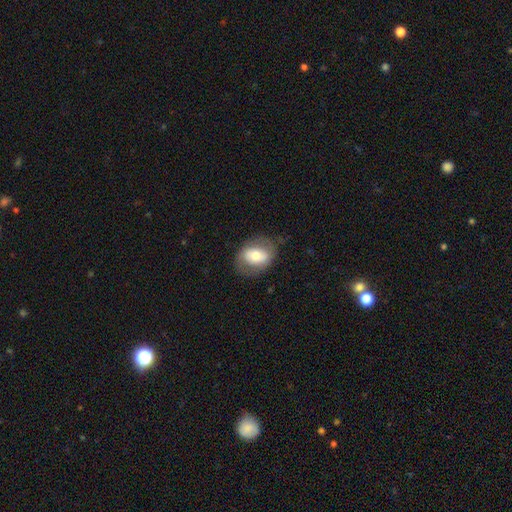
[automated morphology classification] Smooth or featured: smooth — 59% (featured or disk — 34%)
How rounded: in between — 71% (round — 28%)
Merging: none — 73% (minor disturbance — 17%)